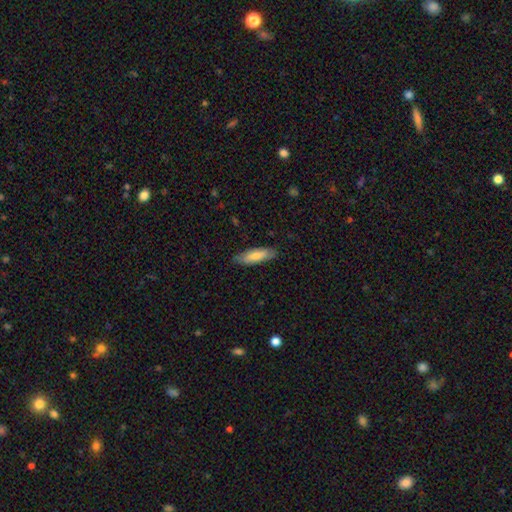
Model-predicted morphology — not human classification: type=smooth (73%); roundness=cigar-shaped (52%); merging=none (84%).